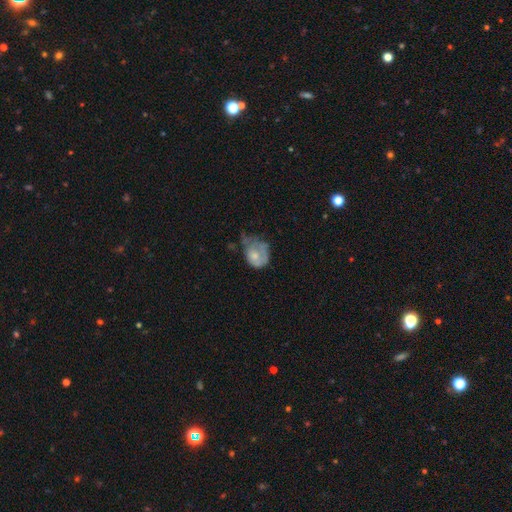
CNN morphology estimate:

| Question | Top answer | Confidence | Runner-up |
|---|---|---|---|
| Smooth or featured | smooth | 56% | featured or disk (37%) |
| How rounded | in between | 51% | round (48%) |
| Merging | major disturbance | 38% | minor disturbance (34%) |